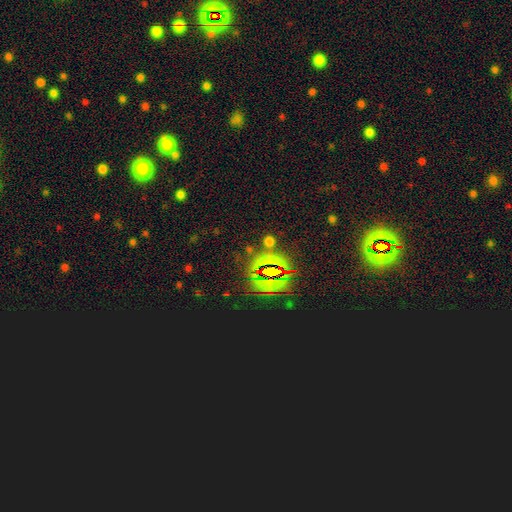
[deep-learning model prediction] Smooth or featured: star or artifact — 82% (smooth — 11%)